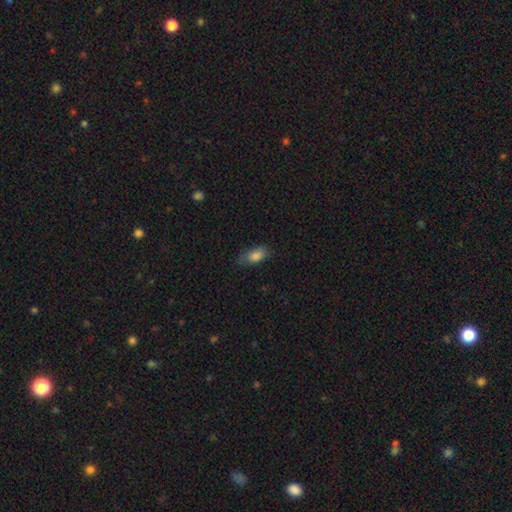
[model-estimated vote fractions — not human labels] Q: Smooth or featured?
A: smooth (83%); runner-up: featured or disk (9%)
Q: How rounded?
A: in between (88%); runner-up: cigar-shaped (7%)
Q: Merging?
A: none (68%); runner-up: minor disturbance (25%)